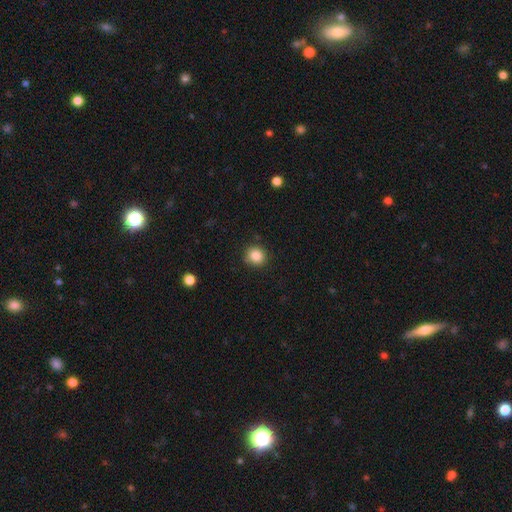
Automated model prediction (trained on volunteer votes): The model was most divided on "smooth or featured": smooth: 85%, star or artifact: 10%, featured or disk: 5%. More confident: how rounded — round (90%); merging — none (88%).